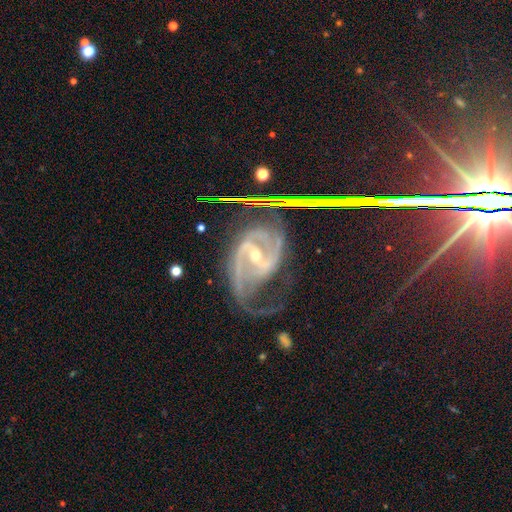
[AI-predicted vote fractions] smooth-or-featured: featured or disk: 90% | star or artifact: 7% | smooth: 3%
  disk-edge-on: no: 97% | yes: 3%
    bar: strong: 54% | weak: 32% | no: 13%
    has-spiral-arms: yes: 98% | no: 2%
      spiral-winding: medium: 52% | tight: 27% | loose: 21%
      spiral-arm-count: 2: 78% | 3: 7% | can't tell: 6% | 1: 3% | 4: 3% | more than 4: 3%
    bulge-size: small: 60% | moderate: 37% | large: 1% | none: 1% | dominant: 1%
  merging: none: 53% | minor disturbance: 22% | major disturbance: 22% | merger: 3%